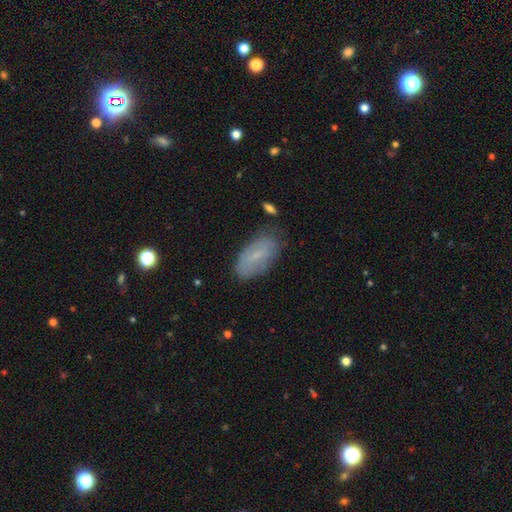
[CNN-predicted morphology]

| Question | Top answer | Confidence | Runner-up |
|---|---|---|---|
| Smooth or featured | smooth | 59% | featured or disk (32%) |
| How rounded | in between | 90% | cigar-shaped (7%) |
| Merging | none | 74% | minor disturbance (19%) |